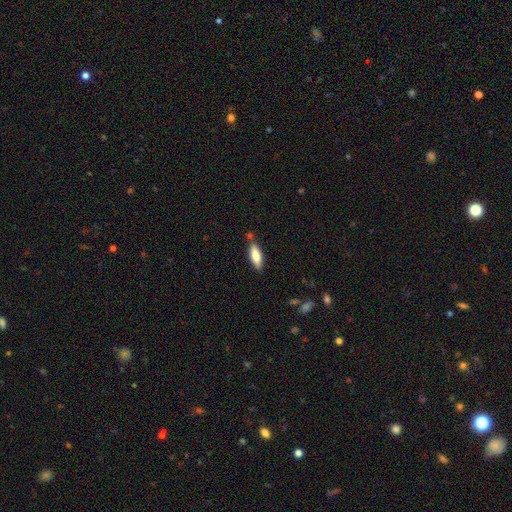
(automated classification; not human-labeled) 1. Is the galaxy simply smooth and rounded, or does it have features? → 76% smooth, 18% featured or disk, 6% star or artifact.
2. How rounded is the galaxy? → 52% in between, 46% cigar-shaped, 2% round.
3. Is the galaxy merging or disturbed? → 78% none, 14% minor disturbance, 5% merger, 3% major disturbance.